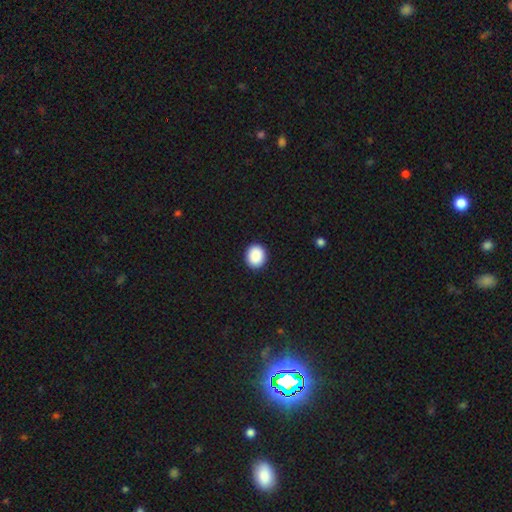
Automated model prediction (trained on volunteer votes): smooth-or-featured: smooth: 90% | star or artifact: 8% | featured or disk: 2%
  how-rounded: round: 70% | in between: 29% | cigar-shaped: 1%
  merging: none: 92% | minor disturbance: 5% | major disturbance: 2% | merger: 1%